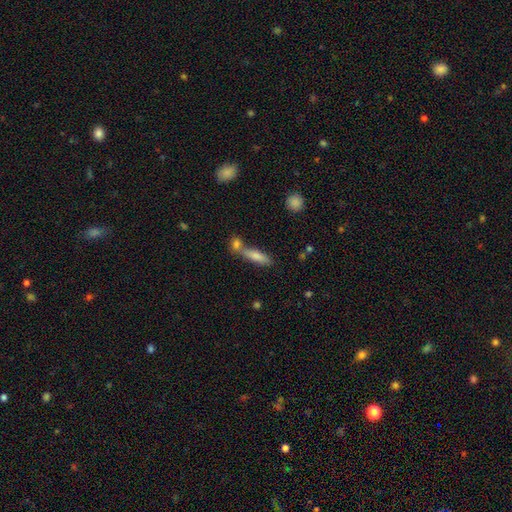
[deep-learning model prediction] Morphology: type=smooth (51%); roundness=cigar-shaped (60%); merging=none (58%).